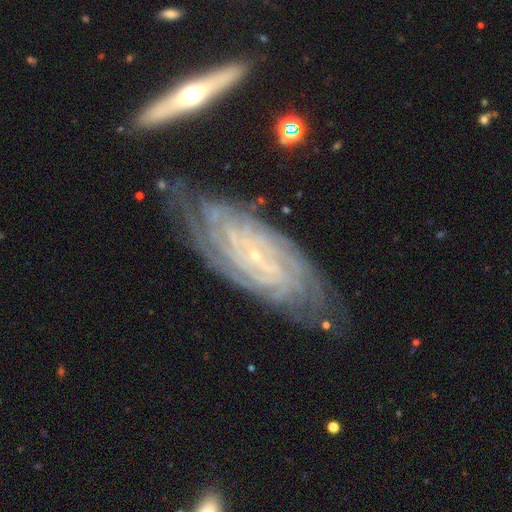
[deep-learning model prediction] Overall: featured or disk (89%). Edge-on disk: no (92%). Bar: no (60%; weak 28%). Spiral arms: yes (98%). Spiral arm count: can't tell (27%; 4 25%). Spiral winding: tight (79%). Bulge size: small (87%). Merging: none (70%).